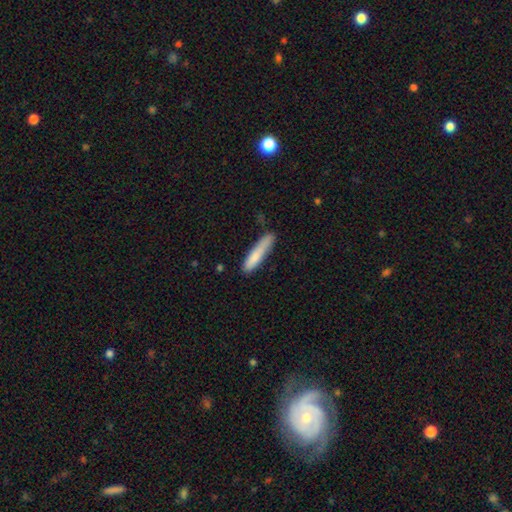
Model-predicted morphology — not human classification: This is likely a smooth galaxy (79%). How rounded: clearly cigar-shaped (89%). Merging: likely none (68%).